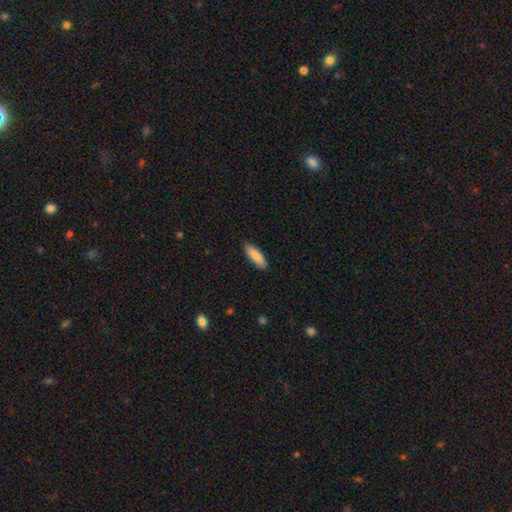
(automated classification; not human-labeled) smooth_or_featured: smooth (p=0.86) [alt: featured or disk p=0.08]
how_rounded: cigar-shaped (p=0.49) [tied with: in between p=0.49]
merging: none (p=0.88) [alt: minor disturbance p=0.10]